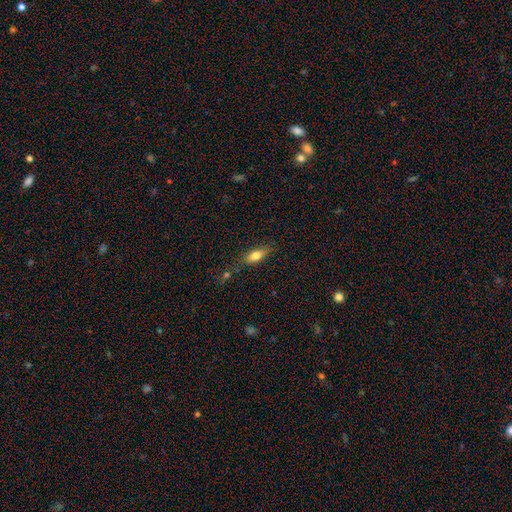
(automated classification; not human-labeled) smooth-or-featured: smooth: 73% | featured or disk: 19% | star or artifact: 8%
  how-rounded: in between: 68% | cigar-shaped: 28% | round: 4%
  merging: none: 70% | minor disturbance: 18% | merger: 7% | major disturbance: 6%